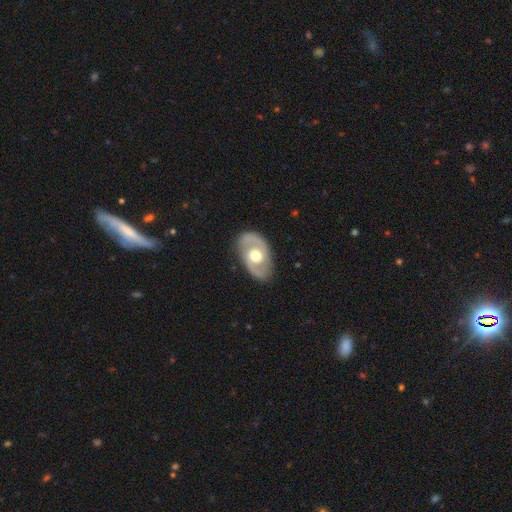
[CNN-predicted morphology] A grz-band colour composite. It shows a featured or disk galaxy (71%) with no bar (71%), spiral arms (63%) and a moderate central bulge (69%). Merging: none (84%).